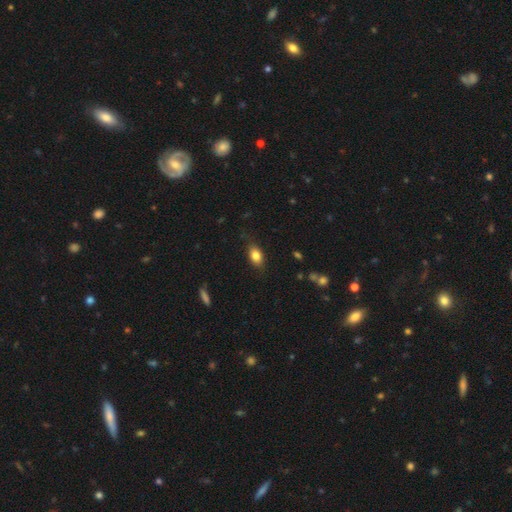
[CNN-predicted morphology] Smooth or featured? Predicted: smooth (p=0.82). How rounded? Predicted: in between (p=0.86). Merging? Predicted: none (p=0.81).